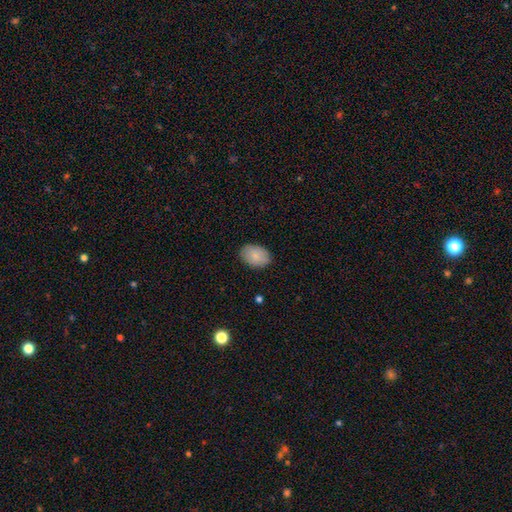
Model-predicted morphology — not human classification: A smooth galaxy with no disk features (86%) that is in between round and cigar-shaped (85%).

Vote fractions:
- Smooth or featured? smooth: 86% / featured or disk: 8% / star or artifact: 6%
- How rounded? in between: 85% / round: 14% / cigar-shaped: 1%
- Merging? none: 86% / minor disturbance: 11% / major disturbance: 2% / merger: 1%